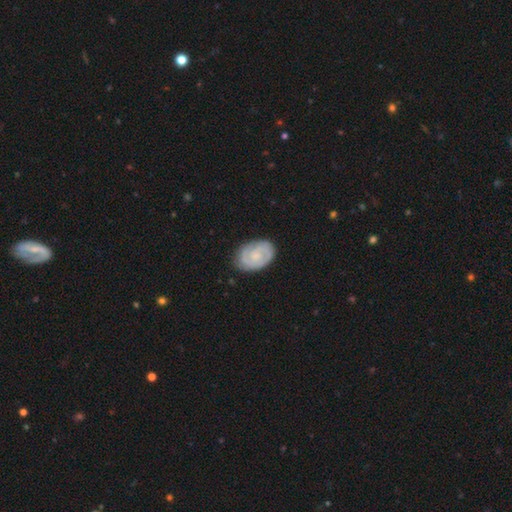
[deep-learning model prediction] The model was most divided on "bulge size": small: 46%, none: 26%, moderate: 23%, large: 4%, dominant: 1%. More confident: edge-on disk — no (97%); spiral arms — yes (89%); merging — none (79%); bar — no (69%); smooth or featured — featured or disk (66%); spiral winding — tight (65%); spiral arm count — 2 (55%).